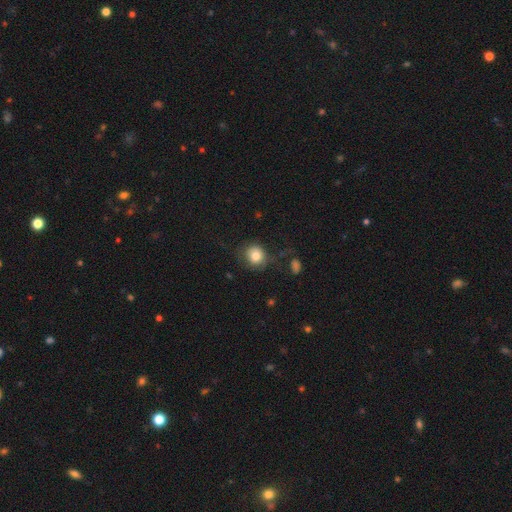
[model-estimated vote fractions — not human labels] The model was most divided on "merging": none: 67%, minor disturbance: 19%, major disturbance: 12%, merger: 3%. More confident: how rounded — round (82%); smooth or featured — smooth (81%).